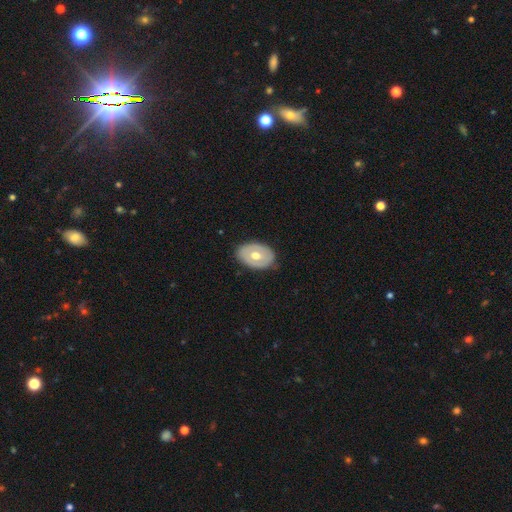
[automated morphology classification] smooth-or-featured: smooth: 48% | featured or disk: 46% | star or artifact: 5%
  merging: none: 83% | minor disturbance: 13% | major disturbance: 3% | merger: 1%